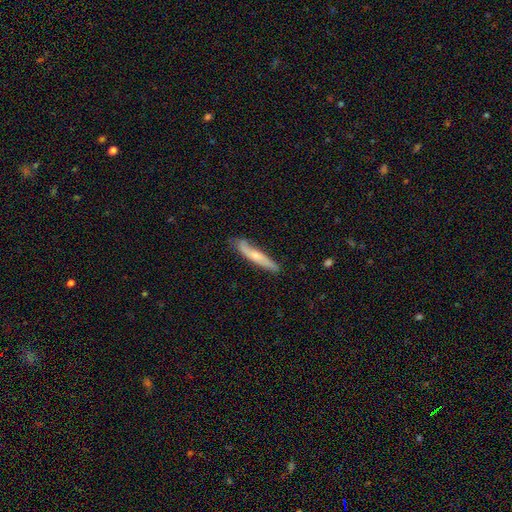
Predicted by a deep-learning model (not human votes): smooth 52%, featured or disk 42%, star or artifact 5%. Down the decision tree: how rounded — cigar-shaped (91%); merging — none (74%).